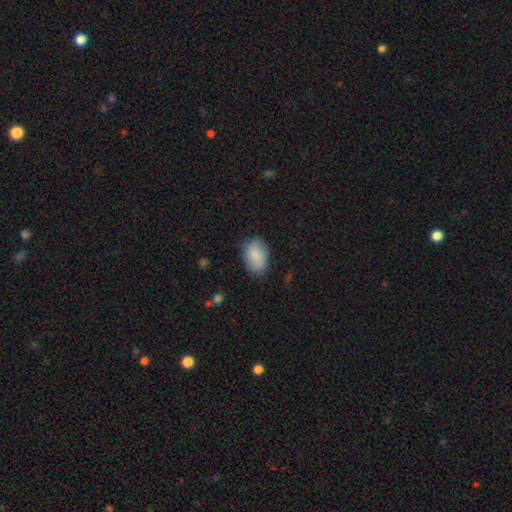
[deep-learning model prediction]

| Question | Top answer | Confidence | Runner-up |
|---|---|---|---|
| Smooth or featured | smooth | 85% | featured or disk (8%) |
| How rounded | in between | 87% | round (12%) |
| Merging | none | 76% | minor disturbance (18%) |